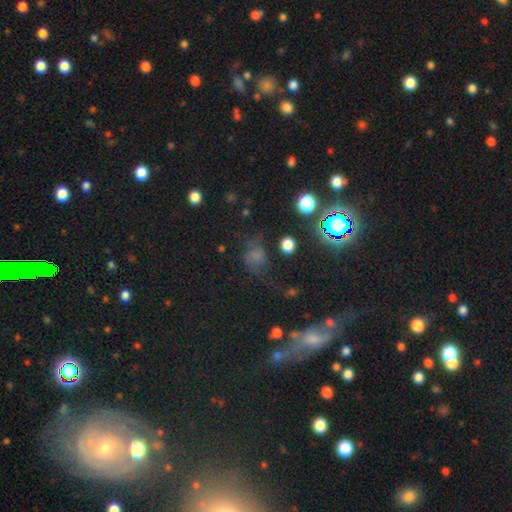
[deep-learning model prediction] Q: Smooth or featured?
A: smooth (52%); runner-up: star or artifact (28%)
Q: How rounded?
A: round (53%); runner-up: in between (45%)
Q: Merging?
A: none (48%); runner-up: major disturbance (25%)